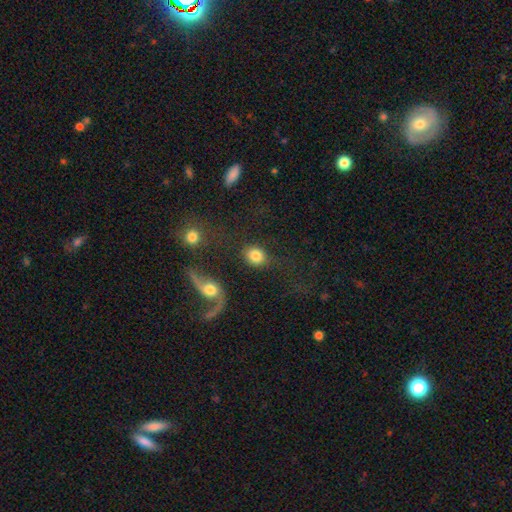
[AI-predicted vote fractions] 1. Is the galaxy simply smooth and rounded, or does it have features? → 81% smooth, 11% featured or disk, 8% star or artifact.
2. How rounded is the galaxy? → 62% round, 36% in between, 2% cigar-shaped.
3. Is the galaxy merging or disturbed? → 70% none, 12% minor disturbance, 9% major disturbance, 9% merger.